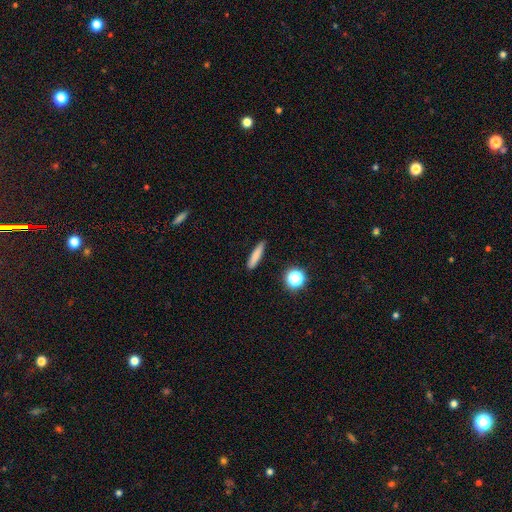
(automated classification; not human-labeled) The model was most divided on "smooth or featured": smooth: 78%, featured or disk: 12%, star or artifact: 10%. More confident: merging — none (88%); how rounded — cigar-shaped (84%).